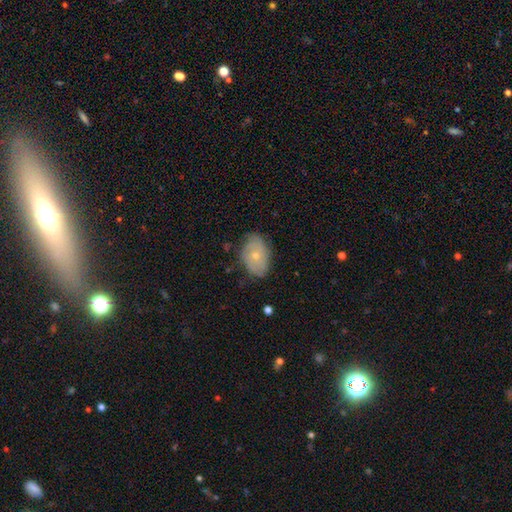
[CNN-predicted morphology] smooth 47%, featured or disk 45%, star or artifact 8%. Down the decision tree: merging — none (70%).